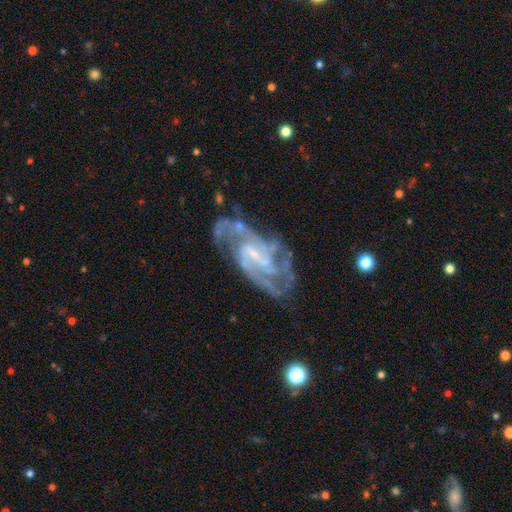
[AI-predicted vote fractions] Overall: featured or disk (89%). Edge-on disk: no (96%). Bar: weak (50%; strong 29%). Spiral arms: yes (95%). Spiral arm count: 2 (36%; 3 22%). Spiral winding: medium (49%; tight 37%). Bulge size: small (59%; none 21%). Merging: none (58%; minor disturbance 21%).